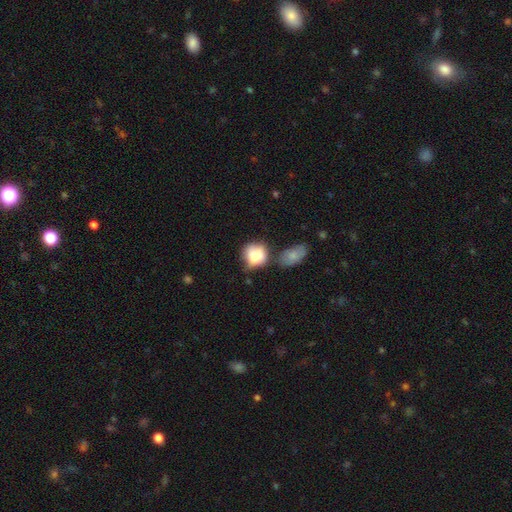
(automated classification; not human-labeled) Overall: smooth (79%). How rounded: round (66%; in between 32%). Merging: none (44%; minor disturbance 27%).